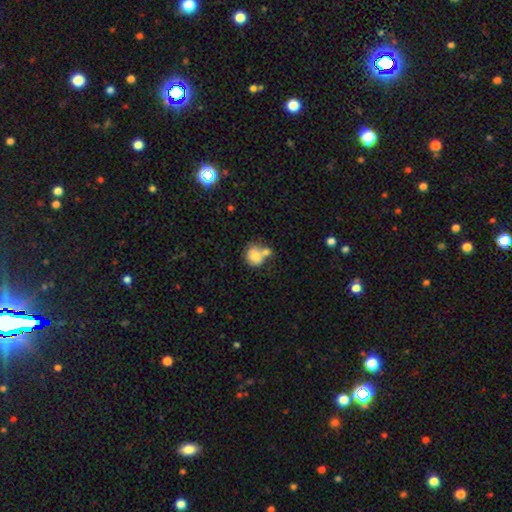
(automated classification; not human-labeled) Smooth or featured? Predicted: smooth (p=0.78). How rounded? Predicted: round (p=0.60). Merging? Predicted: merger (p=0.48).